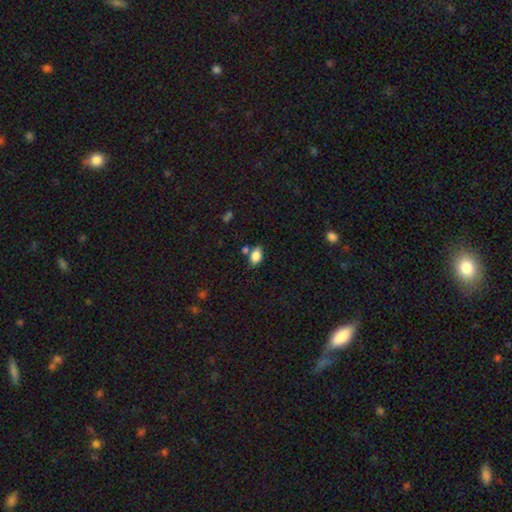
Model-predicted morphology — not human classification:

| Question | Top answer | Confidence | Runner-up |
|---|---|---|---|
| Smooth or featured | smooth | 85% | star or artifact (9%) |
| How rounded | in between | 87% | round (11%) |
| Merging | none | 64% | minor disturbance (16%) |